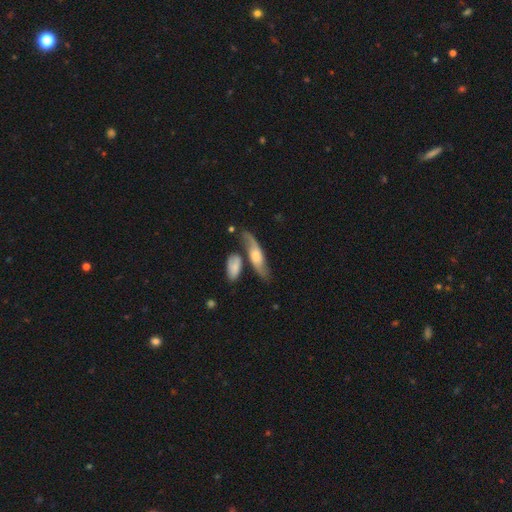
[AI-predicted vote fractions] Smooth or featured?
  - featured or disk: 64% *
  - smooth: 30%
  - star or artifact: 6%
Edge-on disk?
  - no: 59% *
  - yes: 41%
Merging?
  - none: 56% *
  - minor disturbance: 20%
  - merger: 16%
  - major disturbance: 8%